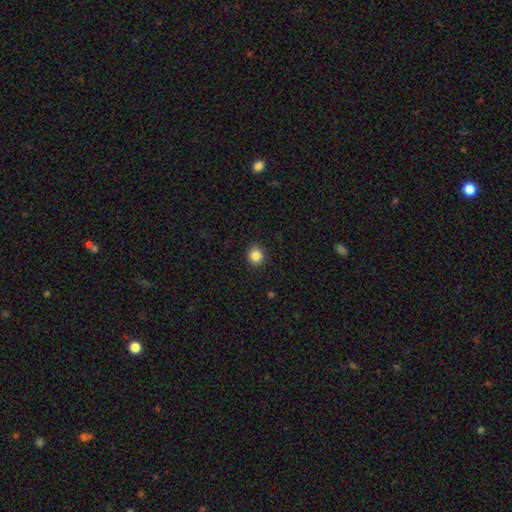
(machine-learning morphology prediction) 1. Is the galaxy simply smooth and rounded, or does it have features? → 86% smooth, 10% star or artifact, 4% featured or disk.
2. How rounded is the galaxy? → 85% round, 14% in between, 1% cigar-shaped.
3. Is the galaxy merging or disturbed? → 92% none, 5% minor disturbance, 2% major disturbance, 1% merger.